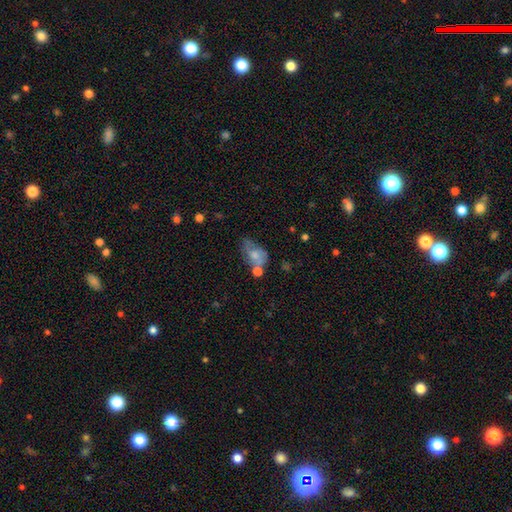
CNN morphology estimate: Smooth or featured: smooth — 58% (featured or disk — 33%)
How rounded: in between — 82% (round — 16%)
Merging: none — 31% (minor disturbance — 26%)